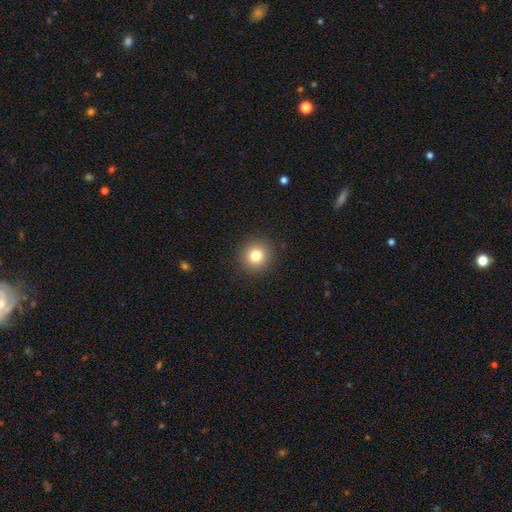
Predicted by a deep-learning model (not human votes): A smooth galaxy with no disk features (81%) that is round (93%). Merging: none (91%).